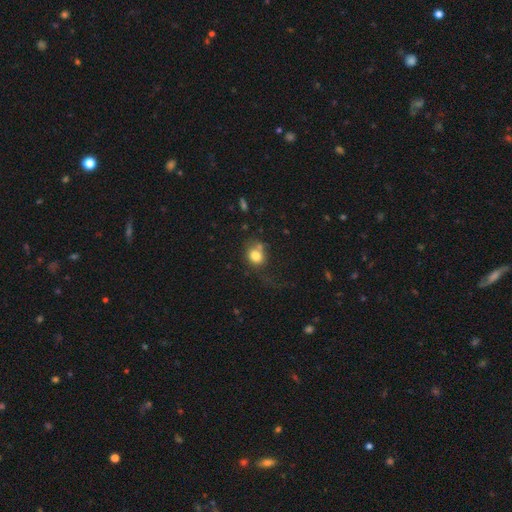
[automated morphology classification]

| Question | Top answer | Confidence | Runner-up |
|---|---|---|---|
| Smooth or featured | smooth | 79% | star or artifact (11%) |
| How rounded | round | 64% | in between (35%) |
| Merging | none | 50% | minor disturbance (22%) |